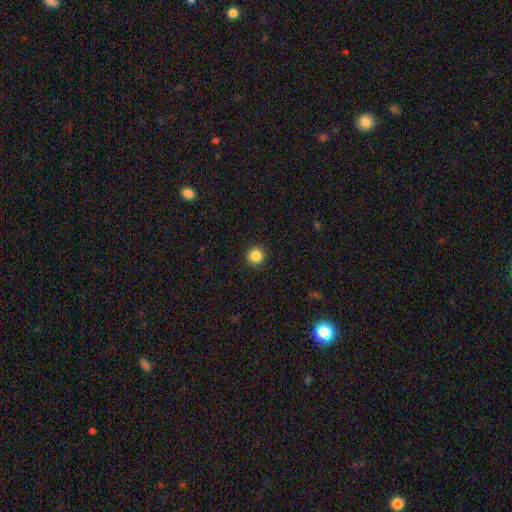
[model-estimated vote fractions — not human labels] smooth-or-featured: smooth: 86% | star or artifact: 11% | featured or disk: 3%
  how-rounded: round: 95% | in between: 4% | cigar-shaped: 1%
  merging: none: 92% | minor disturbance: 5% | major disturbance: 2% | merger: 1%